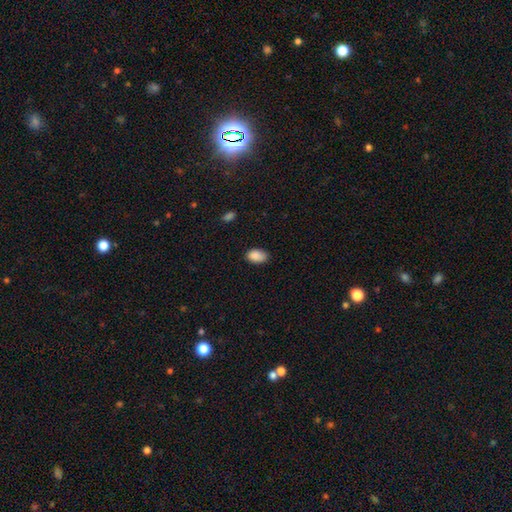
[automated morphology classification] A smooth galaxy with no disk features (88%) that is in between round and cigar-shaped (91%). Merging: none (74%).